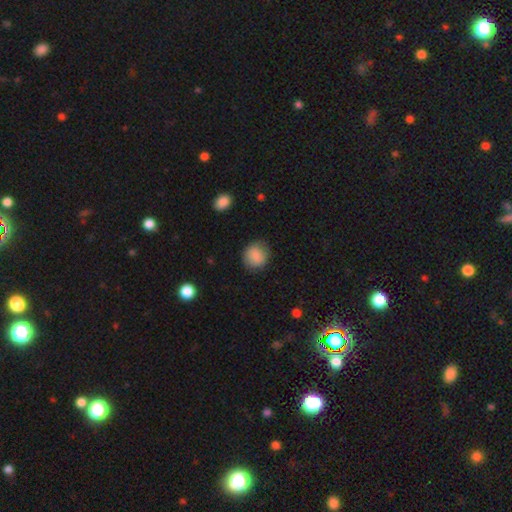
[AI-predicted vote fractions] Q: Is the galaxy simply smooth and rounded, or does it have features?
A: smooth — 86%.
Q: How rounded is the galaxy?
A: round — 77%.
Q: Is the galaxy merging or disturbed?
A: none — 78%.